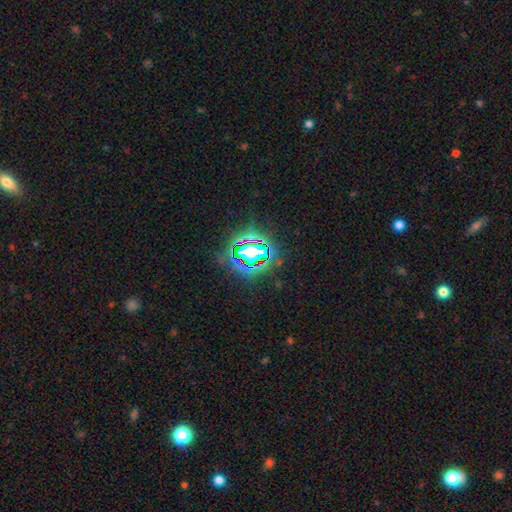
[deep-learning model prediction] This is likely a star or artifact rather than a galaxy (69%).